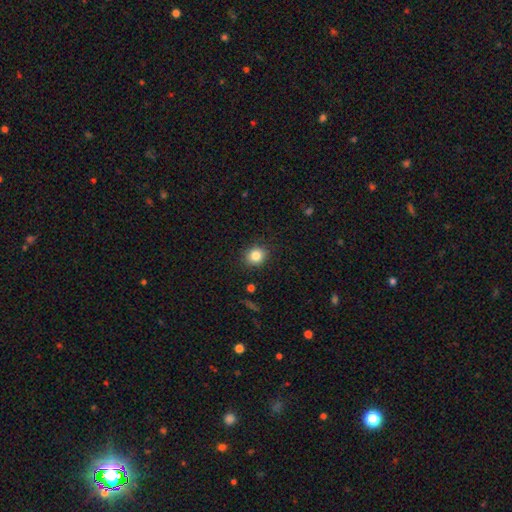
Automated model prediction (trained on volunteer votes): Overall: smooth (83%). How rounded: round (78%). Merging: none (88%).